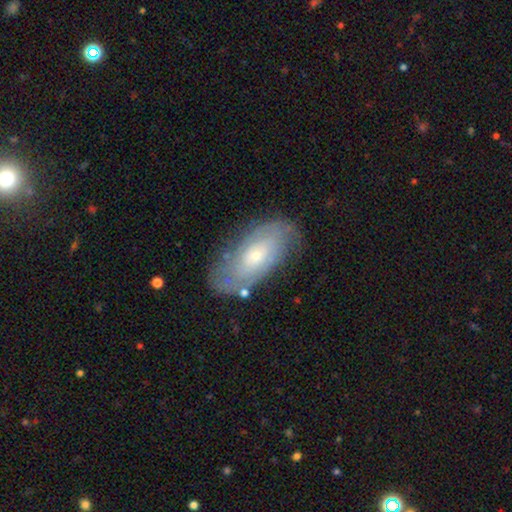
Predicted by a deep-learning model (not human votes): smooth-or-featured: featured or disk: 65% | smooth: 28% | star or artifact: 6%
  disk-edge-on: no: 91% | yes: 9%
    bar: no: 70% | weak: 25% | strong: 5%
    has-spiral-arms: yes: 81% | no: 19%
    bulge-size: small: 65% | moderate: 30% | large: 2% | none: 1% | dominant: 1%
  merging: none: 73% | minor disturbance: 18% | major disturbance: 6% | merger: 3%